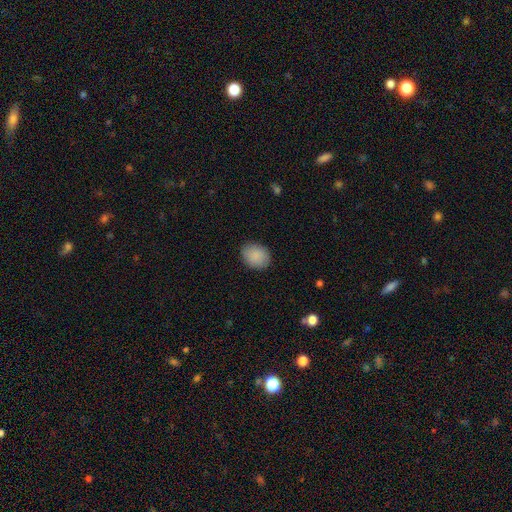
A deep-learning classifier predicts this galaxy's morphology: Q: Smooth or featured?
A: smooth (89%); runner-up: star or artifact (7%)
Q: How rounded?
A: in between (52%); runner-up: round (47%)
Q: Merging?
A: none (86%); runner-up: minor disturbance (11%)